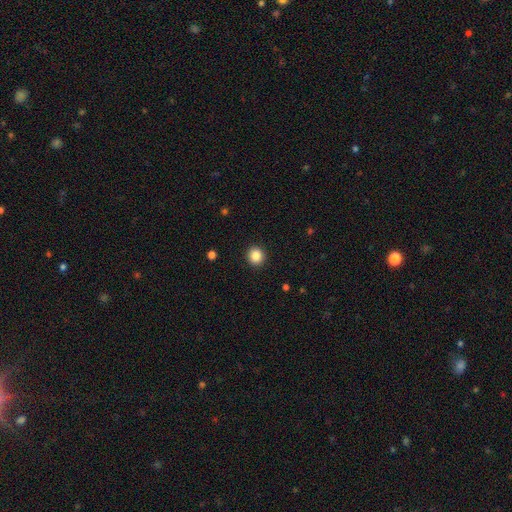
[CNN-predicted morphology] Overall: smooth (86%). How rounded: round (91%). Merging: none (92%).